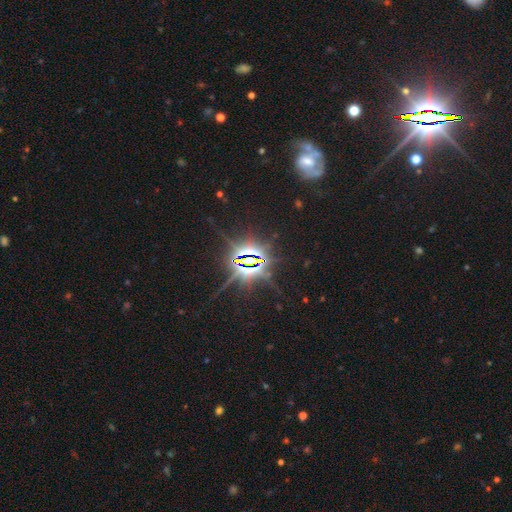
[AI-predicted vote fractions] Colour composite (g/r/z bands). It shows a star or artifact, not a galaxy (84%).